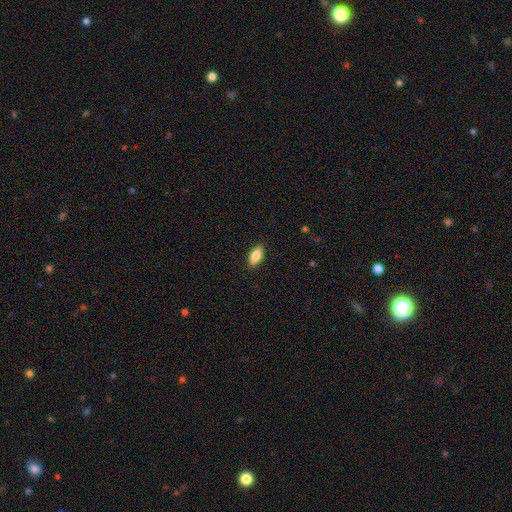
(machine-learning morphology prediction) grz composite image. It shows a smooth galaxy with no disk features (81%) that is in between round and cigar-shaped (82%). Merging: none (88%).